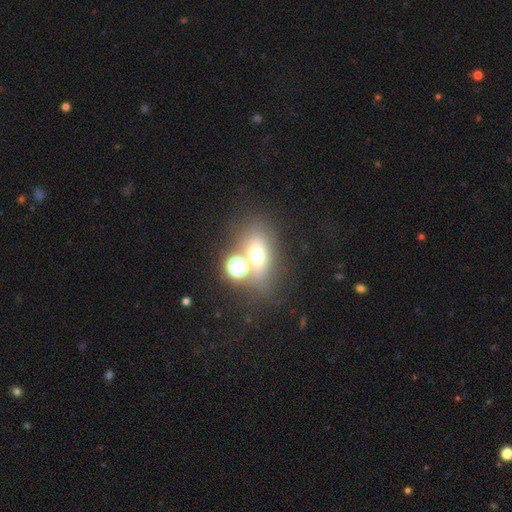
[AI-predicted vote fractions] A smooth galaxy with no disk features (57%) that is in between round and cigar-shaped (60%).

Vote fractions:
- Smooth or featured? smooth: 57% / star or artifact: 24% / featured or disk: 19%
- How rounded? in between: 60% / round: 36% / cigar-shaped: 4%
- Merging? none: 51% / merger: 29% / minor disturbance: 12% / major disturbance: 8%